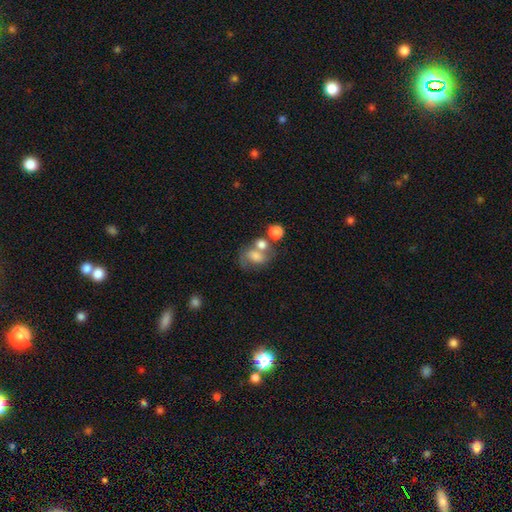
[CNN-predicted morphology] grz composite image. It shows a smooth galaxy with no disk features (63%) that is in between round and cigar-shaped (62%). Merging: merger (43%).